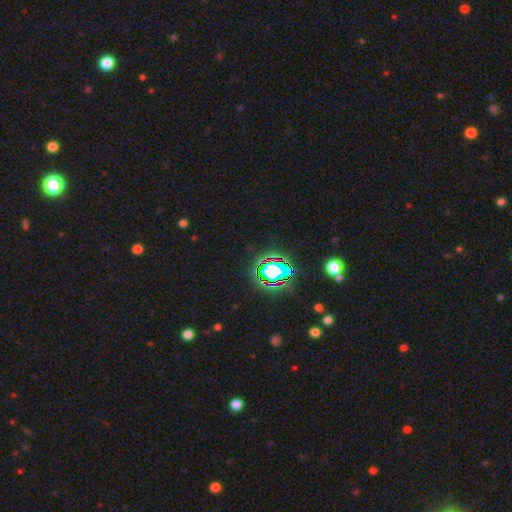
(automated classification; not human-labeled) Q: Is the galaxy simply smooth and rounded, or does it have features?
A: star or artifact — 81%.